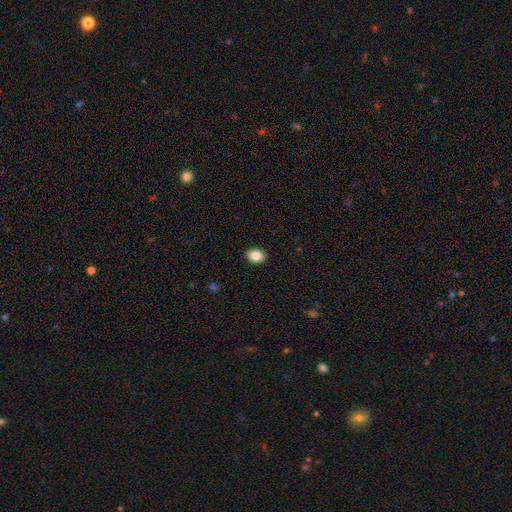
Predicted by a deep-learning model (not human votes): smooth_or_featured: smooth (p=0.88) [alt: star or artifact p=0.08]
how_rounded: in between (p=0.71) [alt: round p=0.28]
merging: none (p=0.90) [alt: minor disturbance p=0.07]